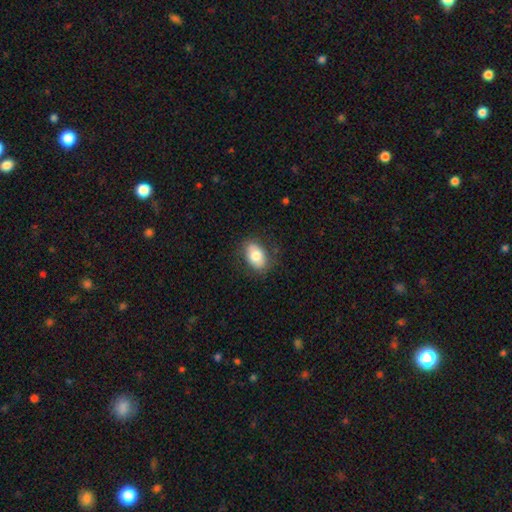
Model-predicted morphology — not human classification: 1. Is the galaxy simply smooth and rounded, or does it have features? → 79% smooth, 14% featured or disk, 7% star or artifact.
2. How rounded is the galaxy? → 87% in between, 12% round, 1% cigar-shaped.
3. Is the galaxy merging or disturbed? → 81% none, 14% minor disturbance, 4% major disturbance, 1% merger.